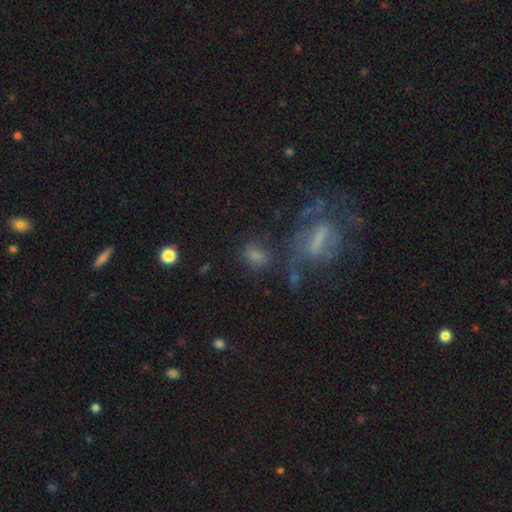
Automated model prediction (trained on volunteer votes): Smooth or featured?
  - smooth: 67% *
  - star or artifact: 18%
  - featured or disk: 16%
How rounded?
  - in between: 58% *
  - round: 37%
  - cigar-shaped: 4%
Merging?
  - none: 61% *
  - minor disturbance: 16%
  - merger: 12%
  - major disturbance: 11%